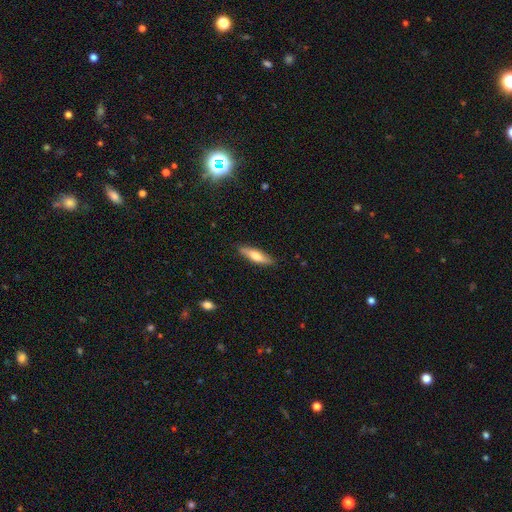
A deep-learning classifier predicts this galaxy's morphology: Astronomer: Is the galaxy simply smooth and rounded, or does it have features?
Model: smooth — 64%.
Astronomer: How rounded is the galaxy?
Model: cigar-shaped — 66%.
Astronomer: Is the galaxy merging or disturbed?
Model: none — 85%.